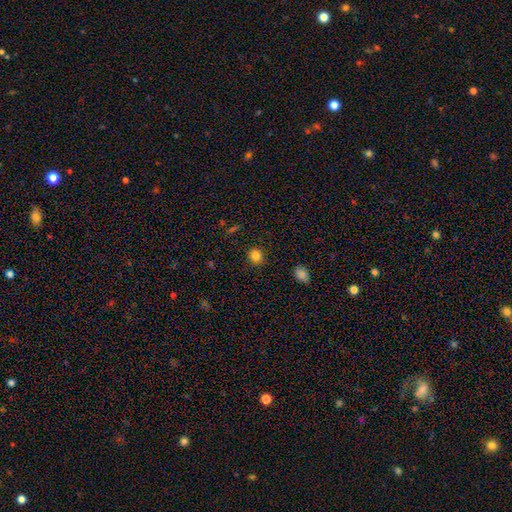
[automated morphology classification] The model was most divided on "smooth or featured": smooth: 84%, star or artifact: 12%, featured or disk: 4%. More confident: merging — none (90%); how rounded — round (87%).